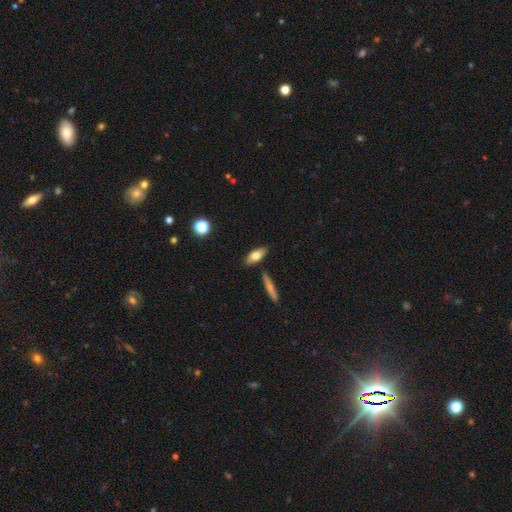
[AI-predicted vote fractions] Smooth or featured: smooth — 72% (featured or disk — 21%)
How rounded: in between — 73% (cigar-shaped — 23%)
Merging: none — 81% (minor disturbance — 11%)